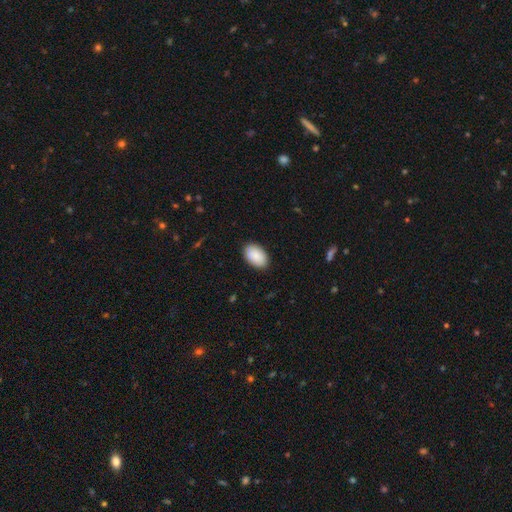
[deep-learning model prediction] smooth-or-featured: smooth: 88% | featured or disk: 6% | star or artifact: 6%
  how-rounded: in between: 92% | round: 7% | cigar-shaped: 1%
  merging: none: 87% | minor disturbance: 10% | major disturbance: 2% | merger: 1%